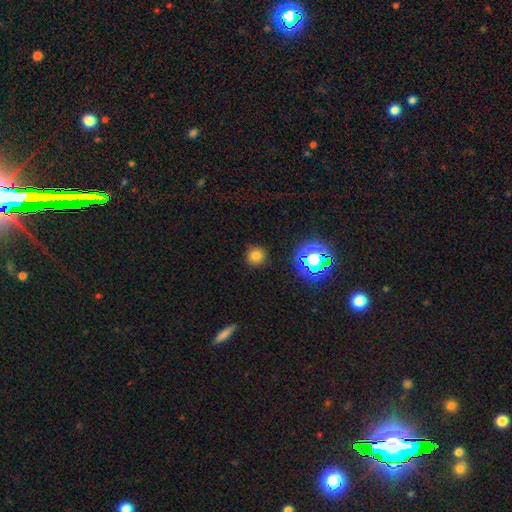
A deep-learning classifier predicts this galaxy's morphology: Smooth or featured: smooth — 74% (star or artifact — 19%)
How rounded: round — 94% (in between — 5%)
Merging: none — 89% (minor disturbance — 7%)